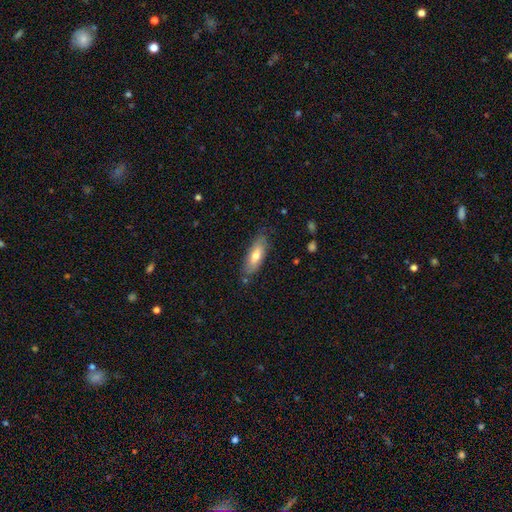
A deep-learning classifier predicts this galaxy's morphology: A smooth galaxy with no disk features (65%) that is in between round and cigar-shaped (70%). Merging: none (74%).